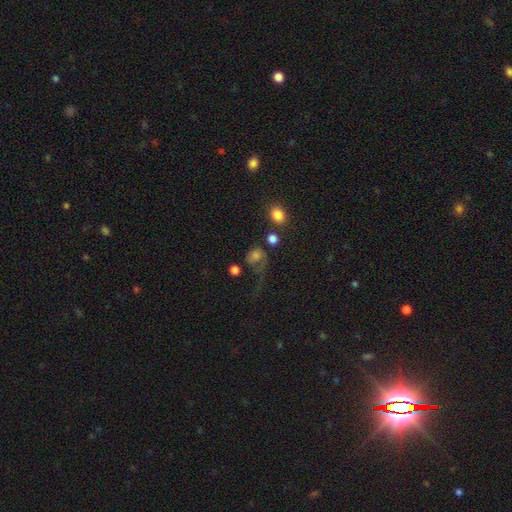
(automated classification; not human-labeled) A smooth galaxy with no disk features (60%) that is round (66%). Merging: major disturbance (43%).